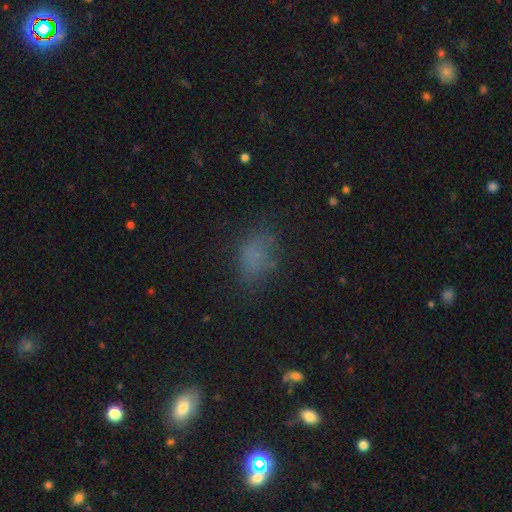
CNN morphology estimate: Q: Smooth or featured?
A: smooth (71%); runner-up: star or artifact (19%)
Q: How rounded?
A: in between (81%); runner-up: round (16%)
Q: Merging?
A: none (65%); runner-up: minor disturbance (21%)